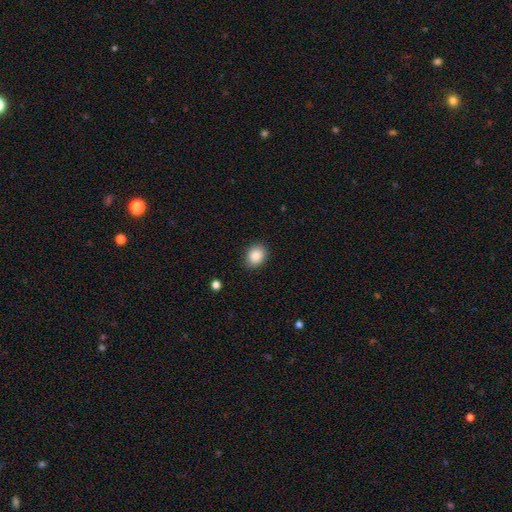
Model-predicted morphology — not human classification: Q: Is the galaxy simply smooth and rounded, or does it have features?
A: smooth — 88%.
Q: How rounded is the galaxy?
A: in between — 53%.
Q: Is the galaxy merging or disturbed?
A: none — 87%.